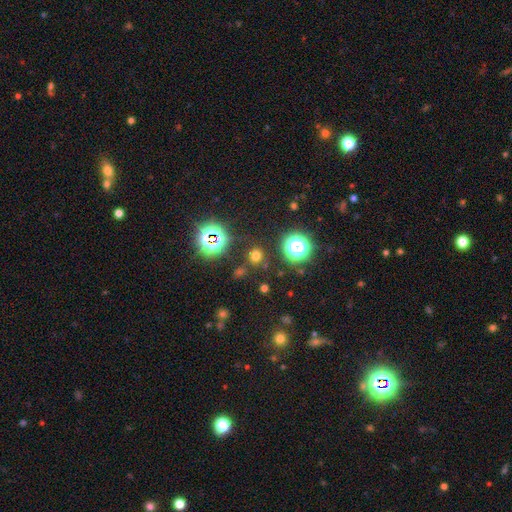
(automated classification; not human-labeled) Smooth or featured: smooth — 62% (star or artifact — 32%)
How rounded: round — 87% (in between — 12%)
Merging: none — 84% (minor disturbance — 8%)